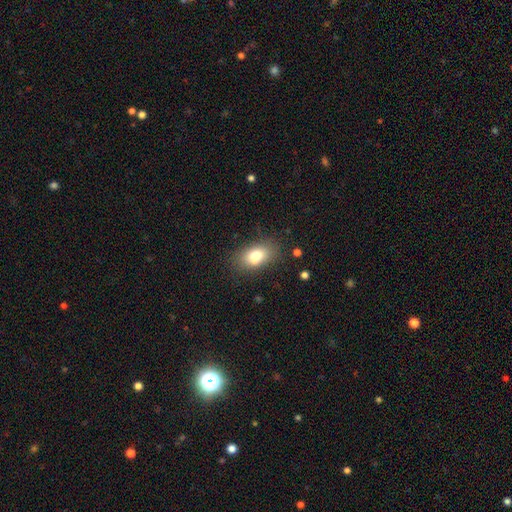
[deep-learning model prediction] Morphology: type=smooth (73%); roundness=in between (83%); merging=none (65%).